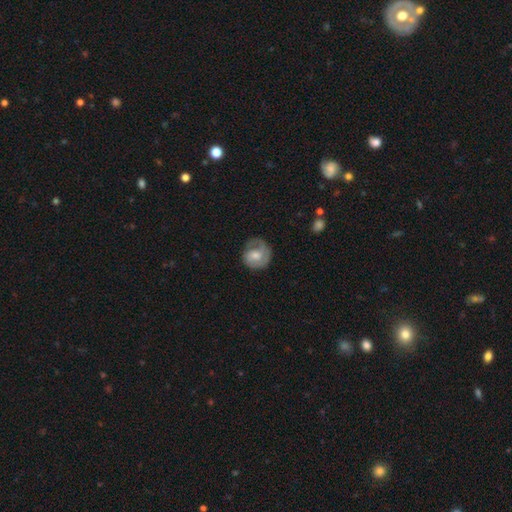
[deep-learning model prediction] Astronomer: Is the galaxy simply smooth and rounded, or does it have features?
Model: featured or disk — 55% (runner-up: smooth, 39%).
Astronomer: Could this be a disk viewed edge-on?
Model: no — 97%.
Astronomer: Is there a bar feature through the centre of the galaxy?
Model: no — 62%.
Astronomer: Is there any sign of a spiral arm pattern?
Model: yes — 83%.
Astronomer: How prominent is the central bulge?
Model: moderate — 54% (runner-up: small, 31%).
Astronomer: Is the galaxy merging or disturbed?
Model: none — 61%.